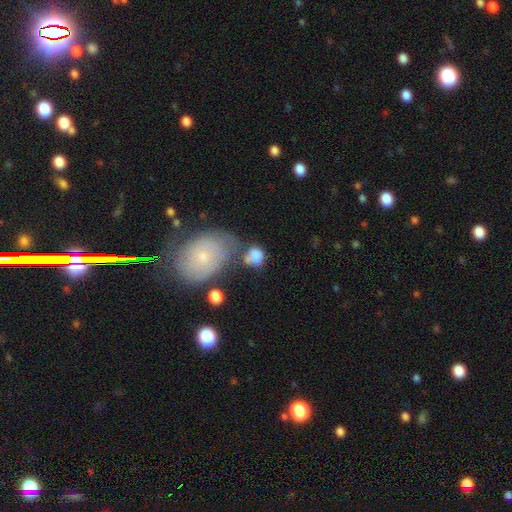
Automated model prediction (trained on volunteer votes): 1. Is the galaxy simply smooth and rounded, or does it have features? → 76% smooth, 16% featured or disk, 8% star or artifact.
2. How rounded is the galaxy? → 65% round, 33% in between, 2% cigar-shaped.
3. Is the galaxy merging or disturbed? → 41% none, 25% merger, 22% minor disturbance, 13% major disturbance.